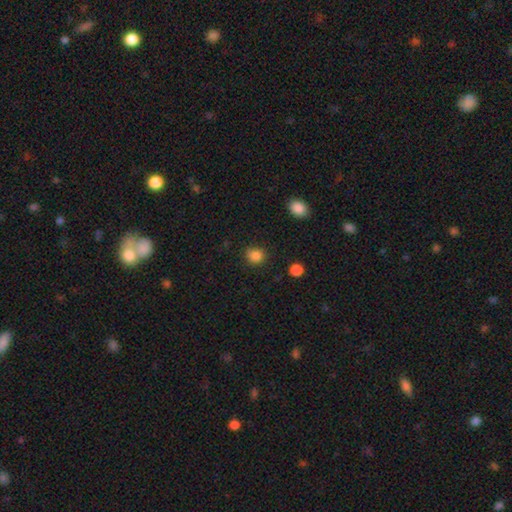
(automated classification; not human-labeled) Overall: smooth (85%). How rounded: round (81%). Merging: none (85%).